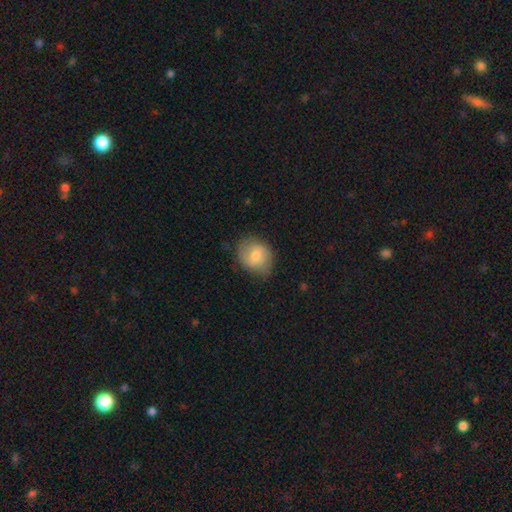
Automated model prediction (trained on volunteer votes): Smooth or featured: smooth — 69% (featured or disk — 24%)
How rounded: round — 58% (in between — 41%)
Merging: none — 75% (minor disturbance — 19%)